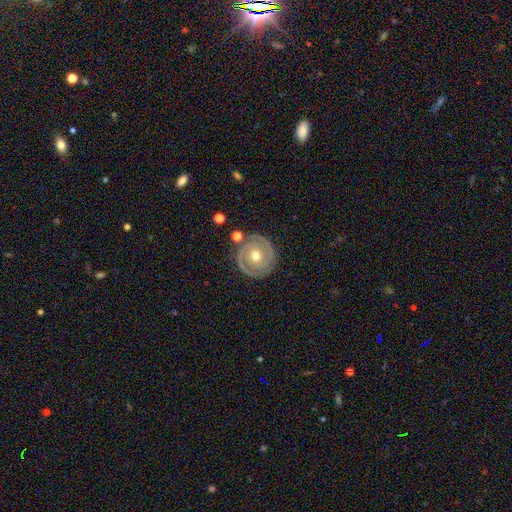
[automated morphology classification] smooth_or_featured: featured or disk (p=0.86) [alt: smooth p=0.09]
disk_edge_on: no (p=0.97) [alt: yes p=0.03]
bar: no (p=0.75) [alt: weak p=0.18]
has_spiral_arms: yes (p=0.95) [alt: no p=0.05]
spiral_winding: tight (p=0.76) [alt: medium p=0.21]
spiral_arm_count: 2 (p=0.84) [alt: 3 p=0.06]
bulge_size: moderate (p=0.74) [alt: small p=0.21]
merging: none (p=0.85) [alt: minor disturbance p=0.10]